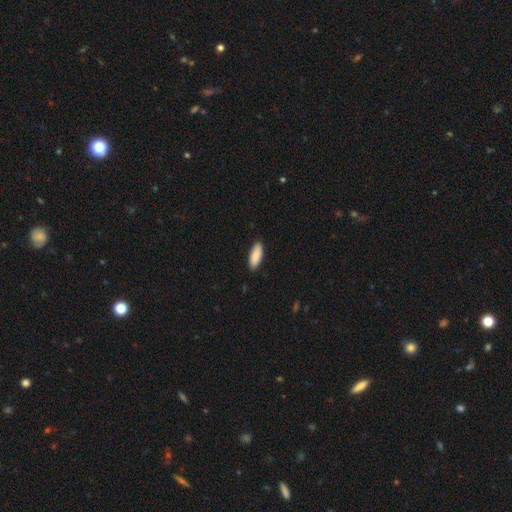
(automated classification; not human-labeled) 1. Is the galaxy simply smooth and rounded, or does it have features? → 90% smooth, 5% star or artifact, 5% featured or disk.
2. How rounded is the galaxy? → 73% in between, 26% cigar-shaped, 2% round.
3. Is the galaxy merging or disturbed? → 87% none, 10% minor disturbance, 2% major disturbance, 1% merger.